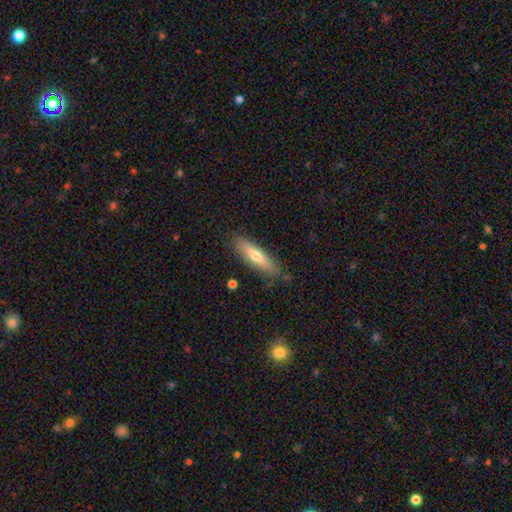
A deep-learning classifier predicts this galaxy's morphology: Smooth or featured?
  - smooth: 59% *
  - featured or disk: 35%
  - star or artifact: 6%
How rounded?
  - cigar-shaped: 76% *
  - in between: 22%
  - round: 2%
Merging?
  - none: 84% *
  - minor disturbance: 12%
  - major disturbance: 2%
  - merger: 2%